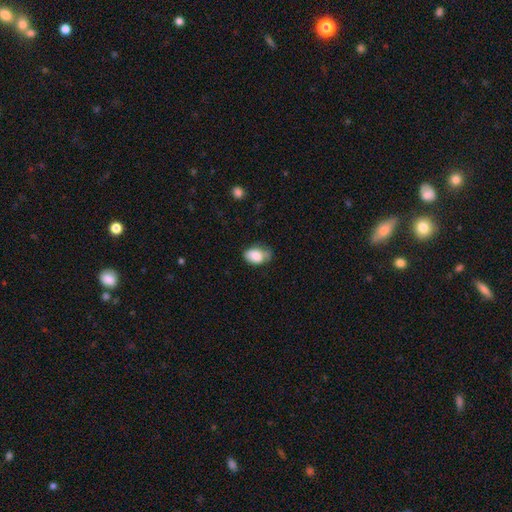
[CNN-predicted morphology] Q: Smooth or featured?
A: smooth (84%); runner-up: featured or disk (9%)
Q: How rounded?
A: in between (85%); runner-up: round (13%)
Q: Merging?
A: none (50%); runner-up: minor disturbance (38%)